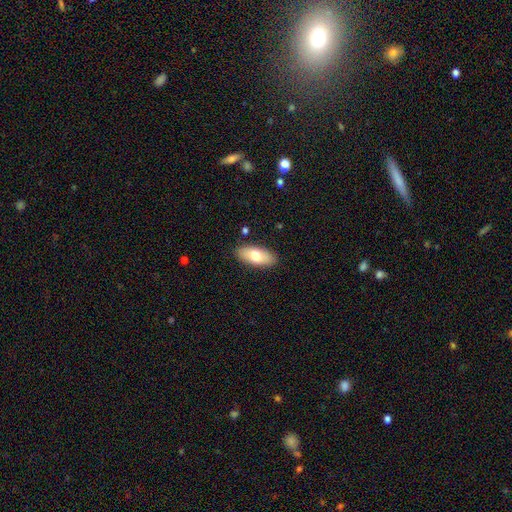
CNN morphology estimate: smooth_or_featured: smooth (p=0.72) [alt: featured or disk p=0.21]
how_rounded: in between (p=0.88) [alt: cigar-shaped p=0.09]
merging: none (p=0.87) [alt: minor disturbance p=0.10]